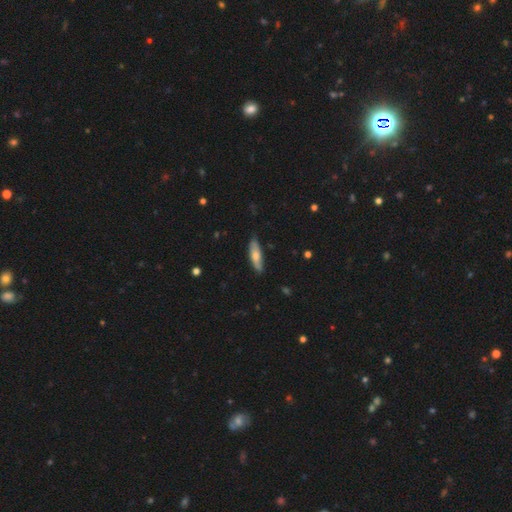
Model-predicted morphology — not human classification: A smooth galaxy with no disk features (63%) that is cigar-shaped (56%).

Vote fractions:
- Smooth or featured? smooth: 63% / featured or disk: 32% / star or artifact: 6%
- How rounded? cigar-shaped: 56% / in between: 42% / round: 2%
- Merging? none: 83% / minor disturbance: 14% / major disturbance: 2% / merger: 1%